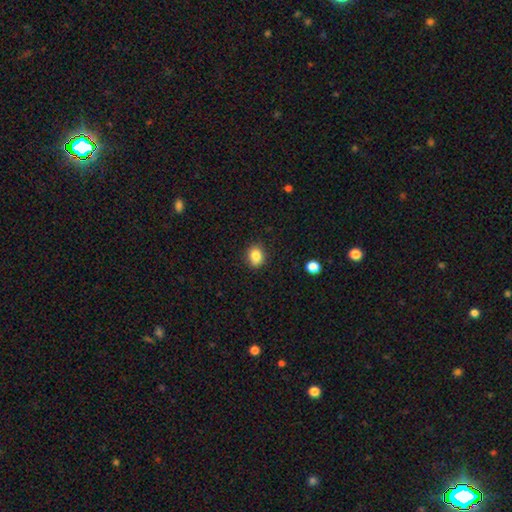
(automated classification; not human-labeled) This is clearly a smooth galaxy (85%). How rounded: possibly round (56%). Merging: clearly none (87%).